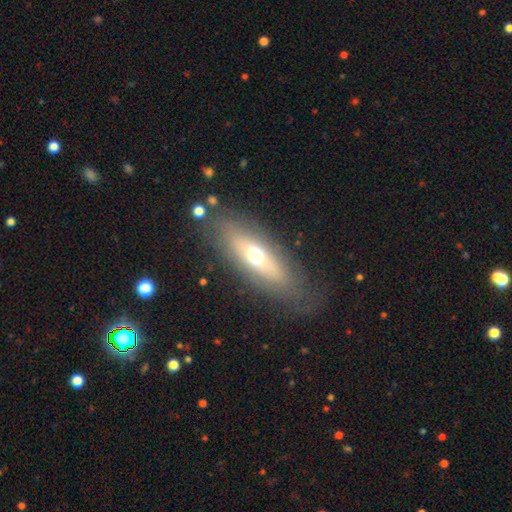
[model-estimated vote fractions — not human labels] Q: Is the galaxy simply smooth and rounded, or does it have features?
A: smooth — 49%.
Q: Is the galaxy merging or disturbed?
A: none — 77%.